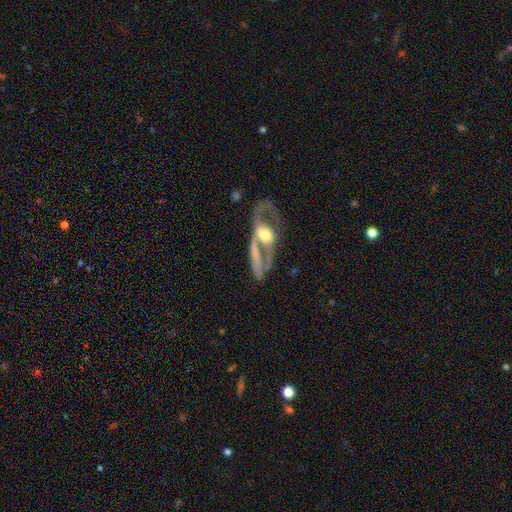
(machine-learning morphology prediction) Smooth or featured: featured or disk — 72% (smooth — 21%)
Edge-on disk: no — 81% (yes — 19%)
Bar: no — 56% (weak — 24%)
Spiral arms: yes — 59% (no — 41%)
Bulge size: moderate — 60% (small — 19%)
Merging: none — 31% (tied with merger — 31%)